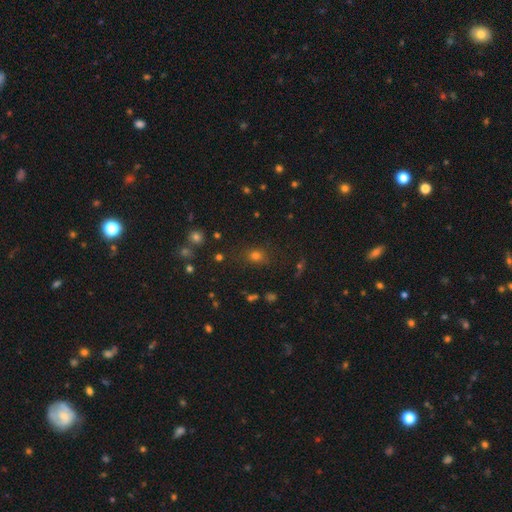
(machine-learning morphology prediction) Q: Smooth or featured?
A: smooth (66%); runner-up: star or artifact (27%)
Q: How rounded?
A: round (65%); runner-up: in between (34%)
Q: Merging?
A: none (82%); runner-up: minor disturbance (11%)